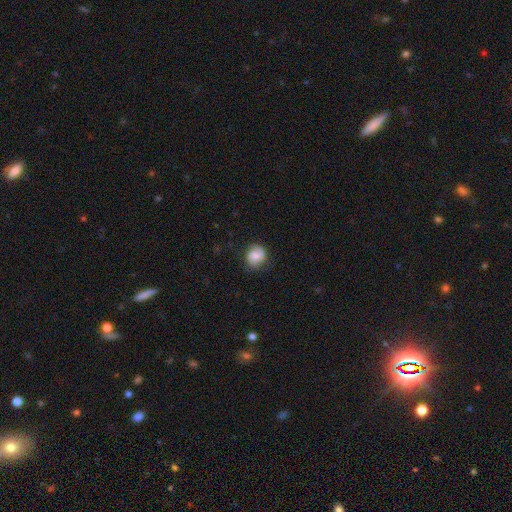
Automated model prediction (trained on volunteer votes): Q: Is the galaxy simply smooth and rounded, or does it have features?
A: smooth — 62%.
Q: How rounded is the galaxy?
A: round — 73%.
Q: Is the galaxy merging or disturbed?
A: none — 74%.